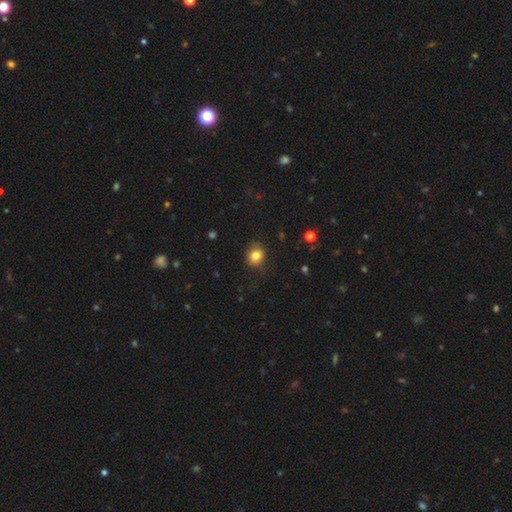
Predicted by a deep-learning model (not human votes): Smooth or featured? smooth (81%)
How rounded? round (73%)
Merging? none (80%)